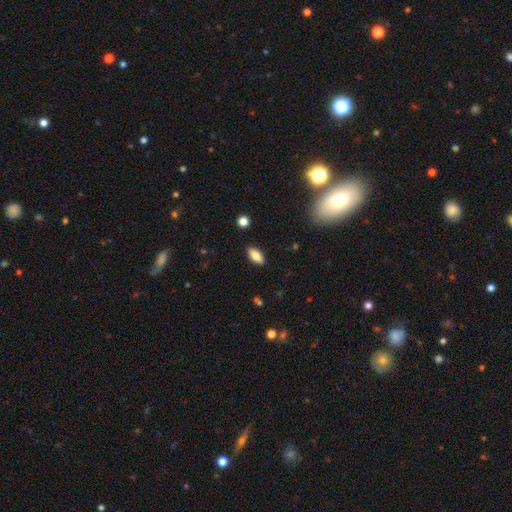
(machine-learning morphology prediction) smooth-or-featured: smooth: 78% | featured or disk: 15% | star or artifact: 7%
  how-rounded: in between: 85% | cigar-shaped: 13% | round: 3%
  merging: none: 89% | minor disturbance: 8% | major disturbance: 2% | merger: 1%